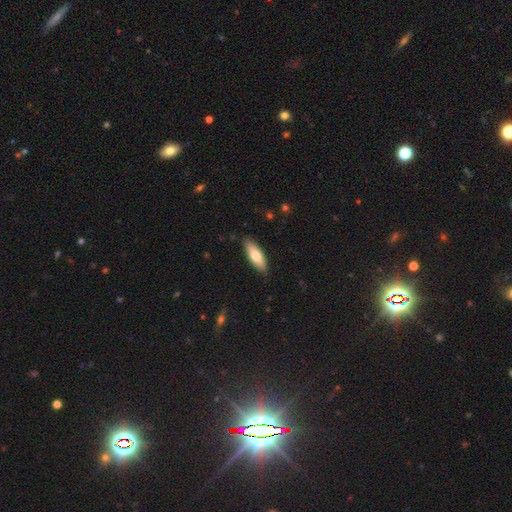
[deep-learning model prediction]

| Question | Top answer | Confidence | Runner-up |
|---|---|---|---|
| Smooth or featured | smooth | 71% | featured or disk (24%) |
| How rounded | in between | 58% | cigar-shaped (40%) |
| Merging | none | 87% | minor disturbance (10%) |